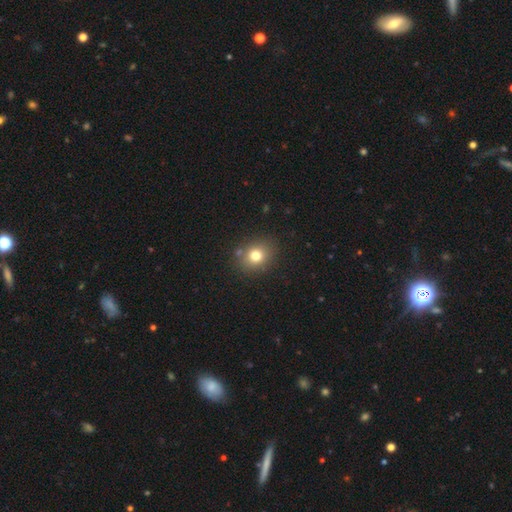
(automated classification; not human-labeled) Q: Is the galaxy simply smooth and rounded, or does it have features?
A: smooth — 76%.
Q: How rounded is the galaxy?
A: round — 66%.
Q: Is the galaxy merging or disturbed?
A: none — 82%.